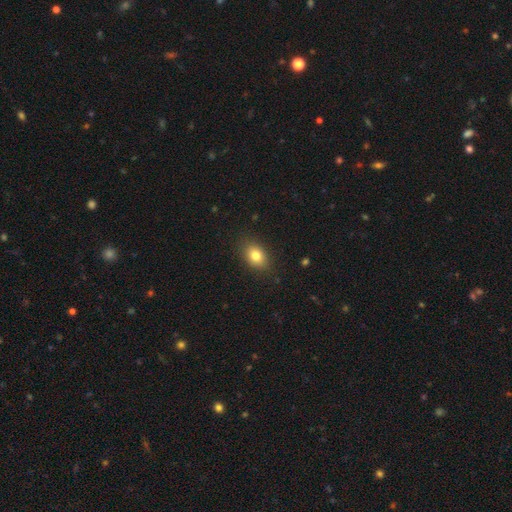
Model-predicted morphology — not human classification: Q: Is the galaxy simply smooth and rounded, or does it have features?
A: smooth — 81%.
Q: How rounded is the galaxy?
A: in between — 73%.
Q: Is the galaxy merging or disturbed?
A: none — 86%.